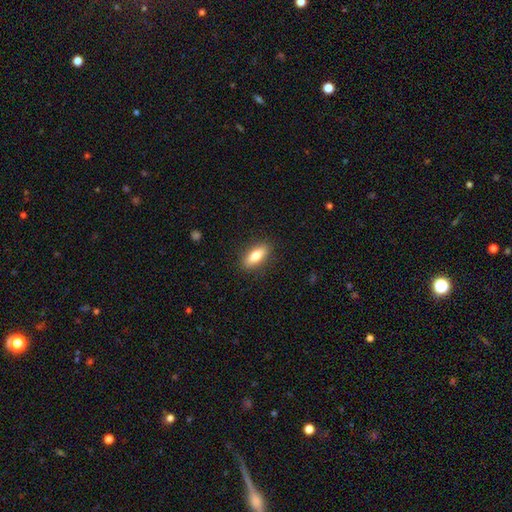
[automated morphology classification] type=smooth (76%); roundness=in between (68%); merging=none (88%).